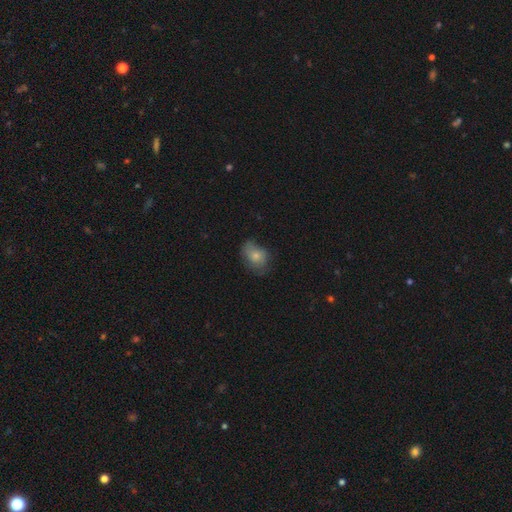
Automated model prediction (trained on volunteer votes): This is likely a smooth galaxy (73%). How rounded: likely in between (73%). Merging: possibly none (53%).